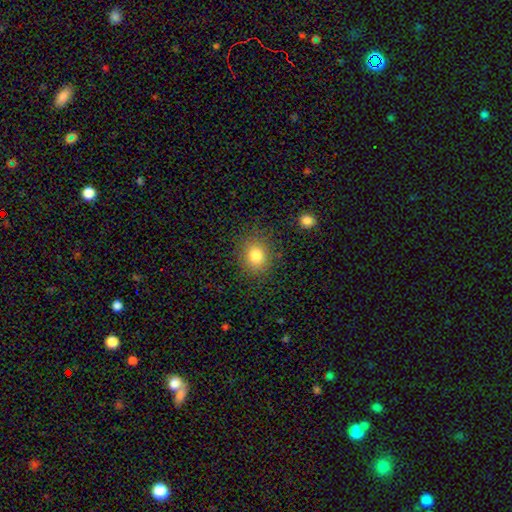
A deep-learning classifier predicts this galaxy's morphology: This is clearly a smooth galaxy (81%). How rounded: likely round (65%). Merging: clearly none (84%).